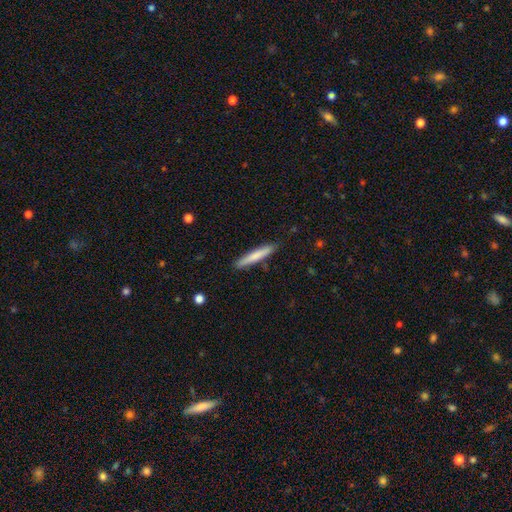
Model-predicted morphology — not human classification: Smooth or featured? smooth (73%)
How rounded? cigar-shaped (94%)
Merging? none (88%)